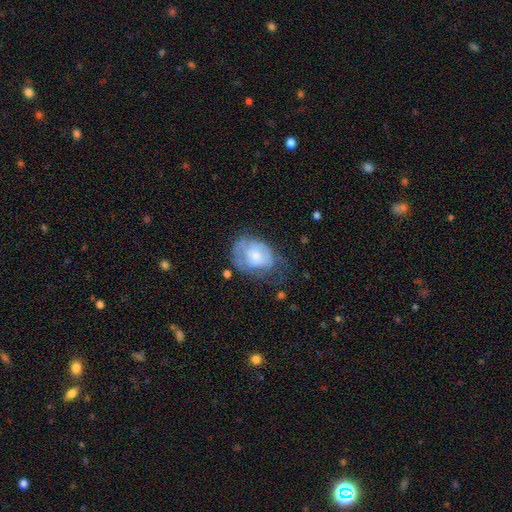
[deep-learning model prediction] Smooth or featured: featured or disk — 50% (smooth — 42%)
Merging: none — 38% (minor disturbance — 32%)